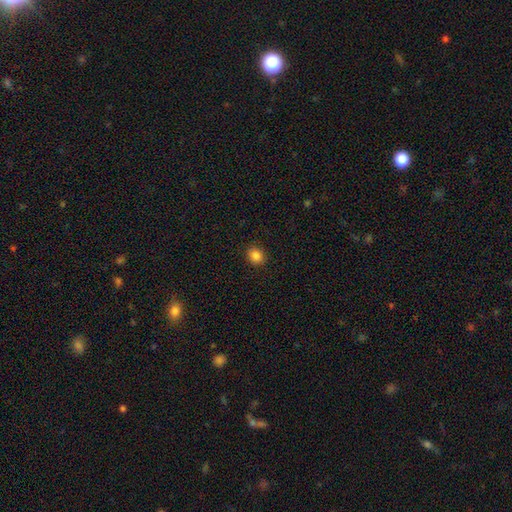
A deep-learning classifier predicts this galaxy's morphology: type=smooth (85%); roundness=round (66%); merging=none (90%).